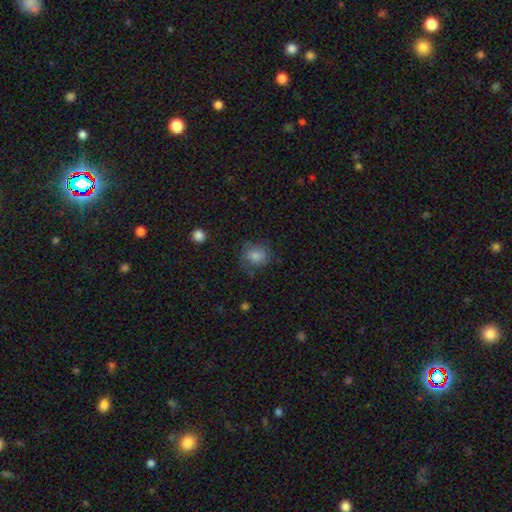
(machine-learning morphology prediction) A smooth galaxy with no disk features (65%) that is round (67%). Merging: none (65%).